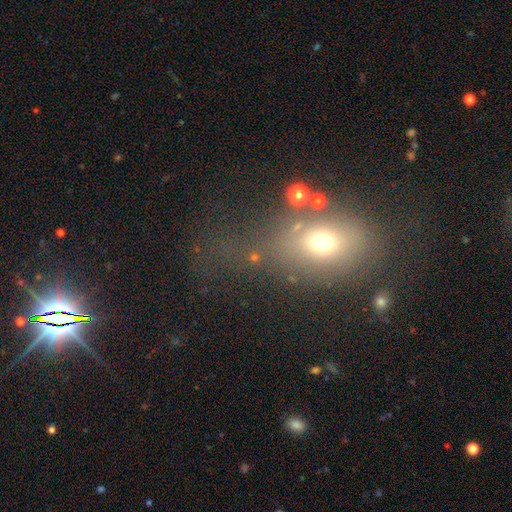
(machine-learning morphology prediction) A smooth galaxy with no disk features (59%) that is in between round and cigar-shaped (64%). Merging: none (44%).